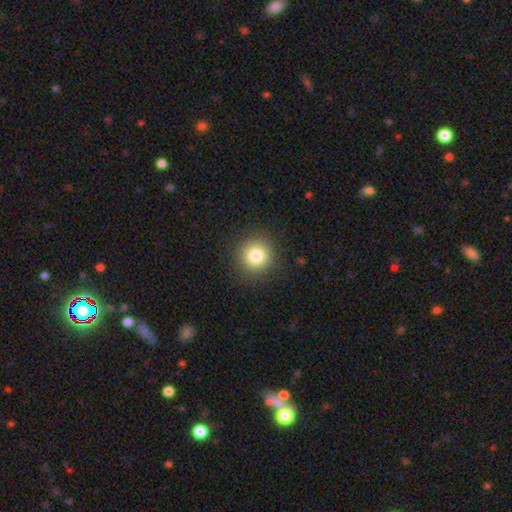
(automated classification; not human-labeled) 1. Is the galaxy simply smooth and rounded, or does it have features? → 81% smooth, 11% star or artifact, 8% featured or disk.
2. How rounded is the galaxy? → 94% round, 5% in between, 1% cigar-shaped.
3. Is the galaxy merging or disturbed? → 90% none, 6% minor disturbance, 2% major disturbance, 1% merger.